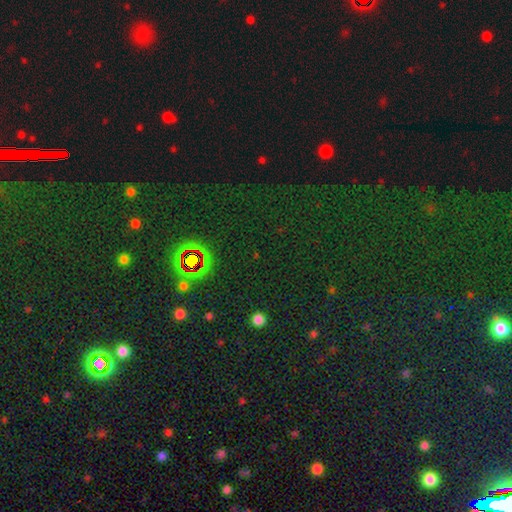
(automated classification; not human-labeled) Overall: star or artifact (73%).